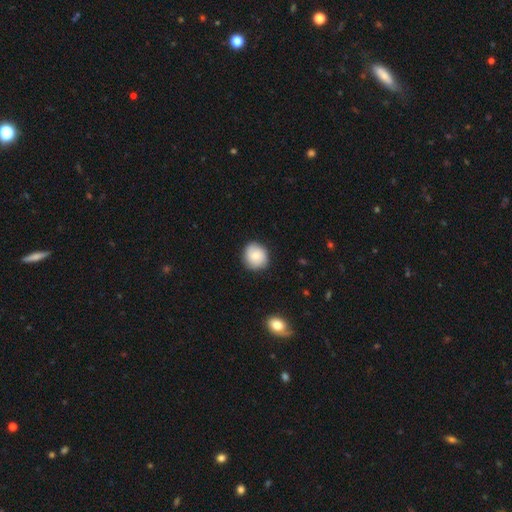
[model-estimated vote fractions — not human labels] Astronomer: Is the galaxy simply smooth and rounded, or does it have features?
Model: smooth — 77%.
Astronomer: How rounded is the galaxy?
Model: round — 85%.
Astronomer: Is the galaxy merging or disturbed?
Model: none — 85%.